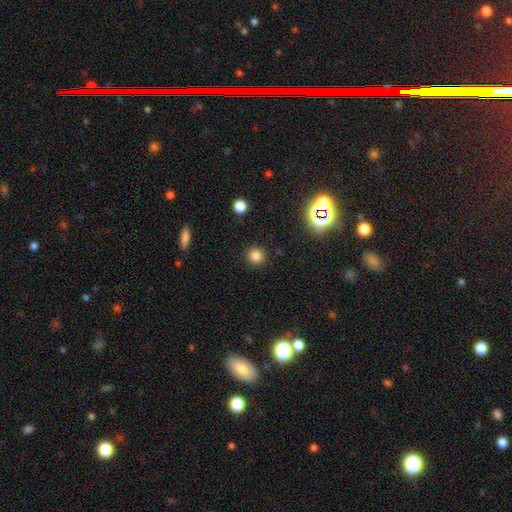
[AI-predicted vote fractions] The model was most divided on "smooth or featured": smooth: 80%, star or artifact: 16%, featured or disk: 5%. More confident: how rounded — round (94%); merging — none (91%).